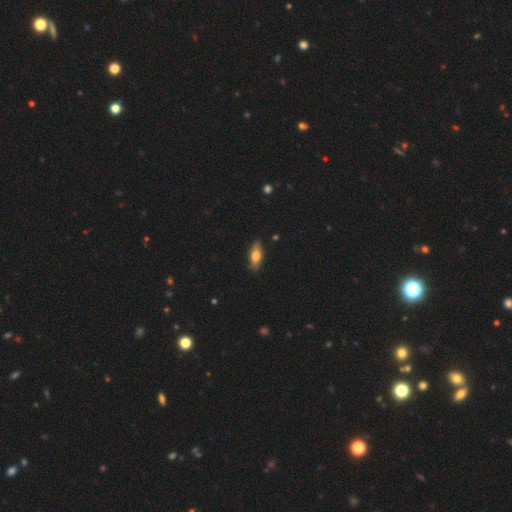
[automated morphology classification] Overall: smooth (72%). How rounded: in between (74%). Merging: none (86%).